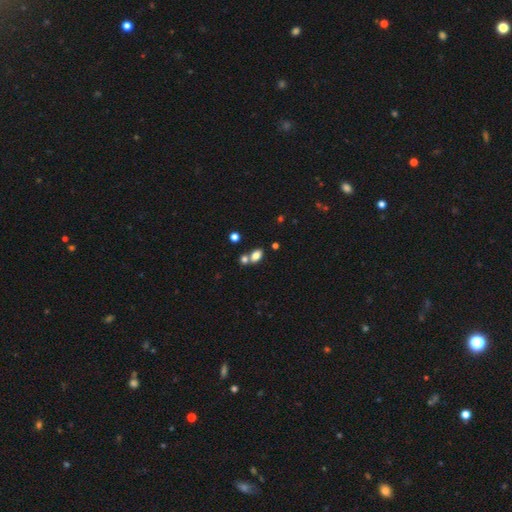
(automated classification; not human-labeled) smooth 80%, star or artifact 11%, featured or disk 9%. Down the decision tree: how rounded — in between (85%); merging — none (51%).